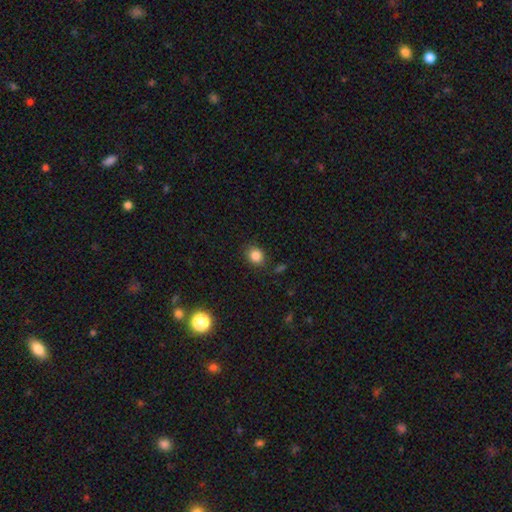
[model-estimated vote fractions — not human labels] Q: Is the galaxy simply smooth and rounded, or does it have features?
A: smooth — 85%.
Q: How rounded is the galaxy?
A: round — 68%.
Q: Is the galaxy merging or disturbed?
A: none — 84%.